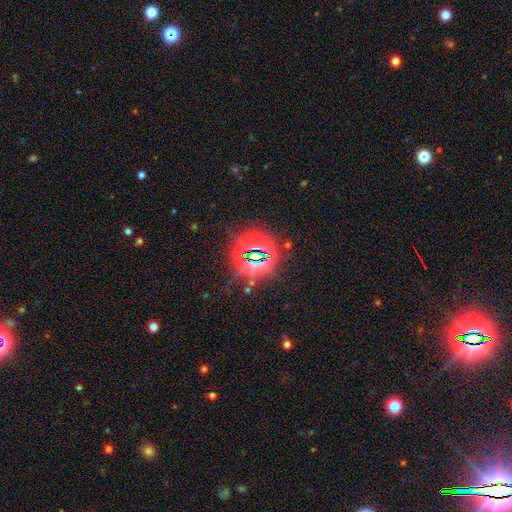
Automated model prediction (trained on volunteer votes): Overall: star or artifact (80%).